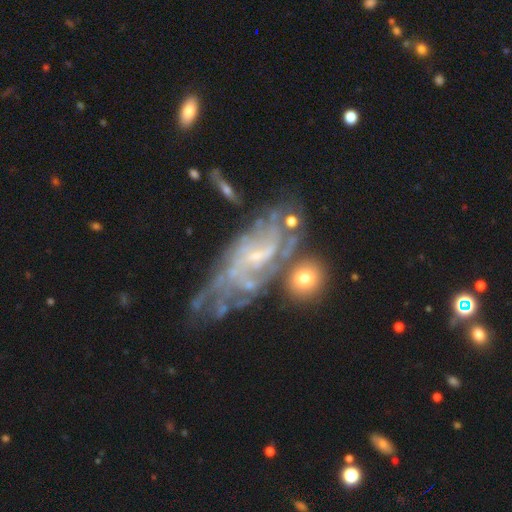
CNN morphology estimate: smooth_or_featured: featured or disk (p=0.82) [alt: smooth p=0.10]
disk_edge_on: no (p=0.92) [alt: yes p=0.08]
bar: no (p=0.47) [alt: weak p=0.41]
has_spiral_arms: yes (p=0.86) [alt: no p=0.14]
spiral_winding: tight (p=0.49) [alt: medium p=0.36]
spiral_arm_count: can't tell (p=0.50) [alt: 2 p=0.14]
bulge_size: small (p=0.72) [alt: moderate p=0.14]
merging: none (p=0.46) [alt: minor disturbance p=0.23]